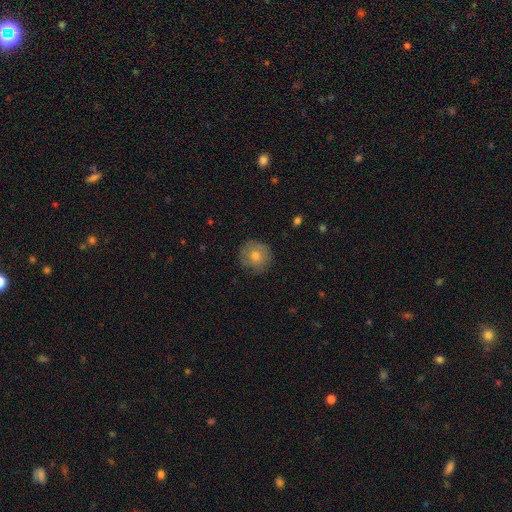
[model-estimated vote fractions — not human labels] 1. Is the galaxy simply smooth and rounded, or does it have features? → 72% smooth, 20% featured or disk, 8% star or artifact.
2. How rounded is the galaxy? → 92% round, 7% in between, 1% cigar-shaped.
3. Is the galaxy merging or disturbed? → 79% none, 16% minor disturbance, 4% major disturbance, 1% merger.